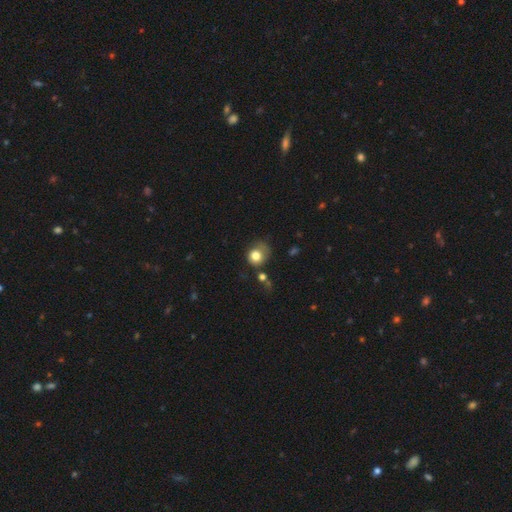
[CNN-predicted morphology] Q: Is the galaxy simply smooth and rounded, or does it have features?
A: smooth — 78%.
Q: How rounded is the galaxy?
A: round — 78%.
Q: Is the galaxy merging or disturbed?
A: none — 48%.